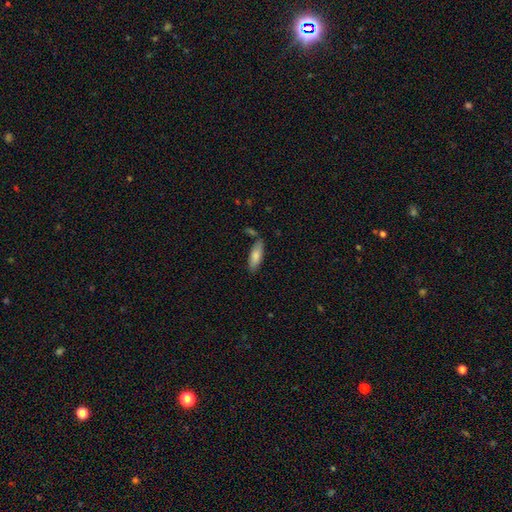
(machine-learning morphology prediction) The model was most divided on "how rounded": in between: 60%, cigar-shaped: 38%, round: 2%. More confident: smooth or featured — smooth (81%); merging — none (76%).